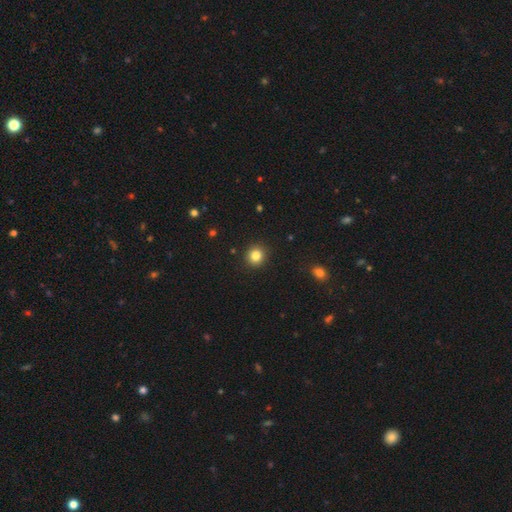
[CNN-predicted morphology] This is clearly a smooth galaxy (84%). How rounded: clearly round (90%). Merging: clearly none (91%).